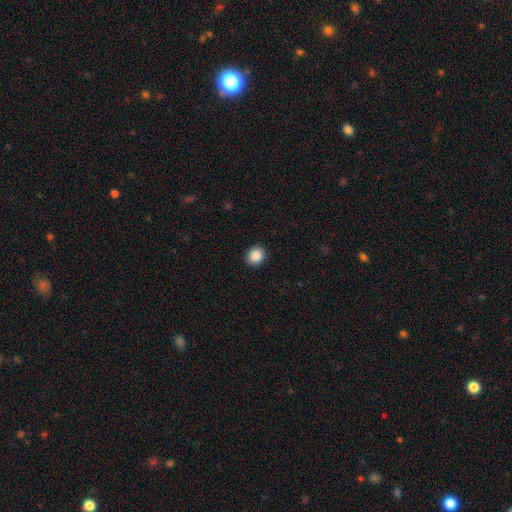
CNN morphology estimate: type=smooth (88%); roundness=round (76%); merging=none (92%).